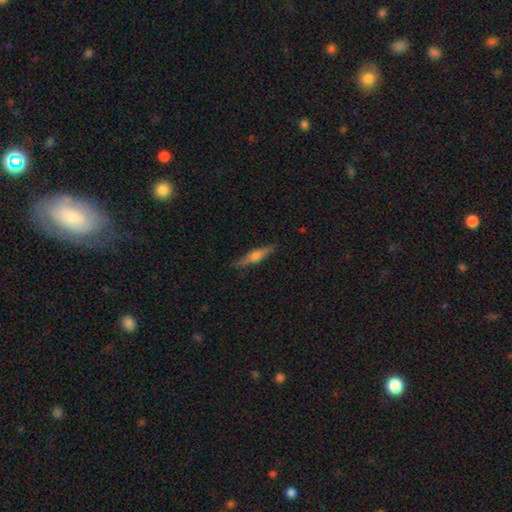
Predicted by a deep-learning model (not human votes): A featured or disk galaxy (59%) viewed edge-on (96%) with a rounded central bulge (88%).

Vote fractions:
- Smooth or featured? featured or disk: 59% / smooth: 34% / star or artifact: 6%
- Edge-on disk? yes: 96% / no: 4%
- Edge-on bulge? rounded: 88% / boxy: 7% / none: 5%
- Merging? none: 88% / minor disturbance: 9% / major disturbance: 2% / merger: 1%